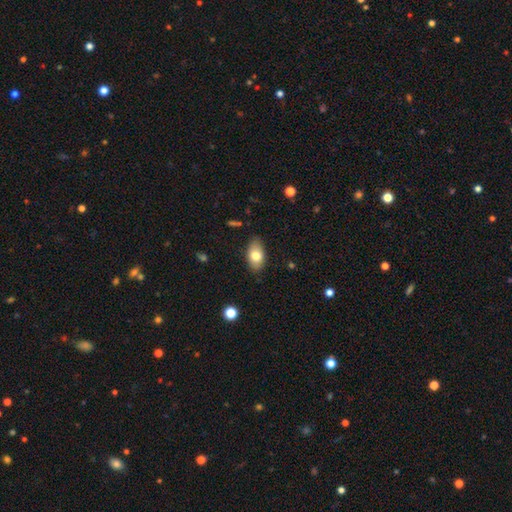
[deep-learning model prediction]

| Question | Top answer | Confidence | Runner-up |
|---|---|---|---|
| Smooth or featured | smooth | 78% | featured or disk (15%) |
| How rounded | in between | 92% | round (6%) |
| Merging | none | 84% | minor disturbance (13%) |